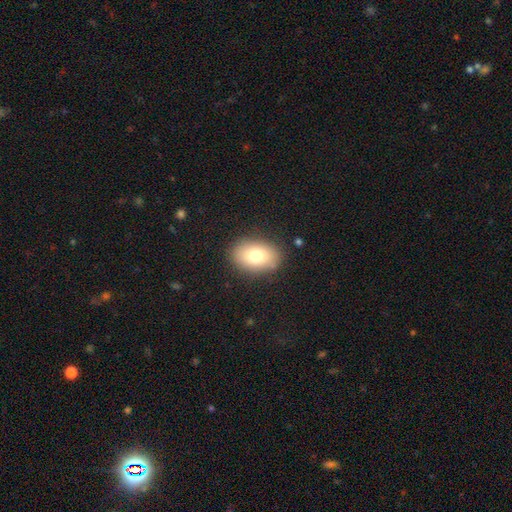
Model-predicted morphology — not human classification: This is likely a smooth galaxy (77%). How rounded: likely in between (78%). Merging: clearly none (86%).